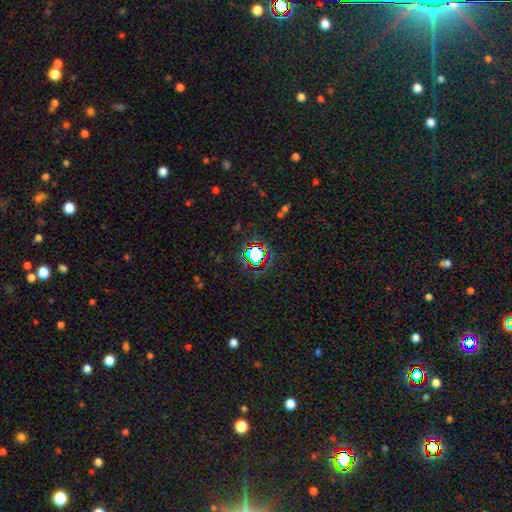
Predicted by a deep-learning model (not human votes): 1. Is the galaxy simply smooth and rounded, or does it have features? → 65% star or artifact, 23% smooth, 11% featured or disk.